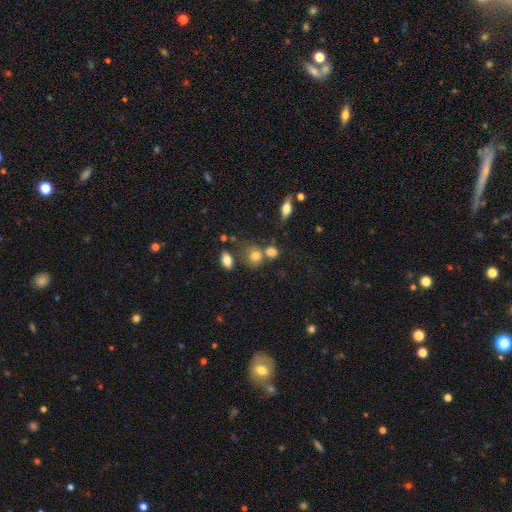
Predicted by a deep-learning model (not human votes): Smooth or featured? smooth (78%)
How rounded? round (67%)
Merging? none (55%)